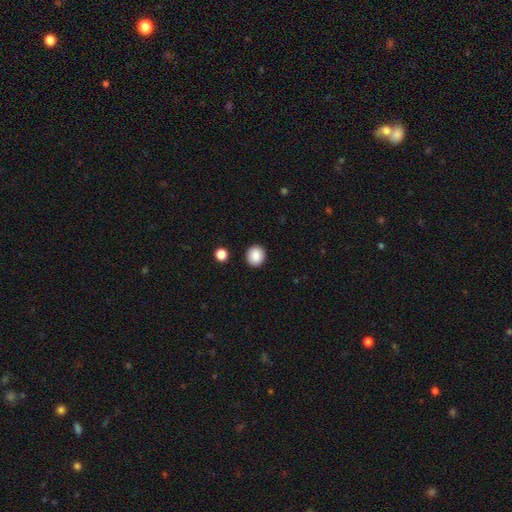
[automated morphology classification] A smooth galaxy with no disk features (87%) that is round (89%). Merging: none (92%).